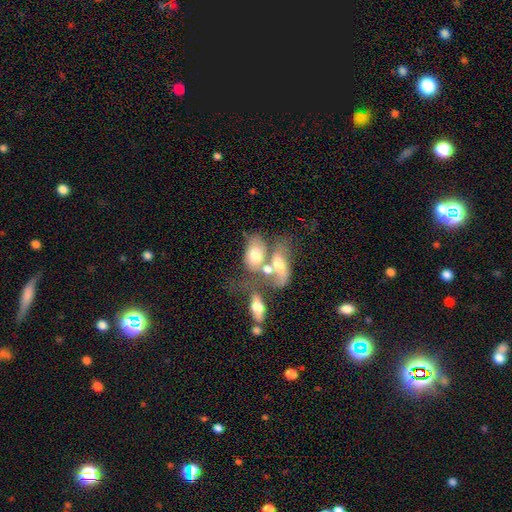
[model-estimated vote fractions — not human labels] Morphology: type=smooth (57%); roundness=in between (82%); merging=merger (62%).